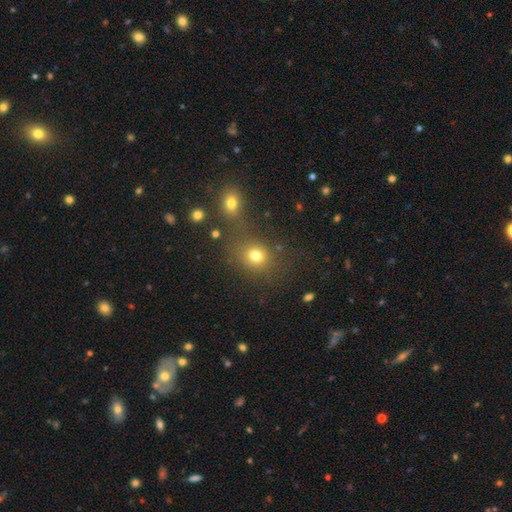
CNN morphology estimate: This appears to be a smooth galaxy with no disk features (74%) that is round (76%). Merging: none (64%).